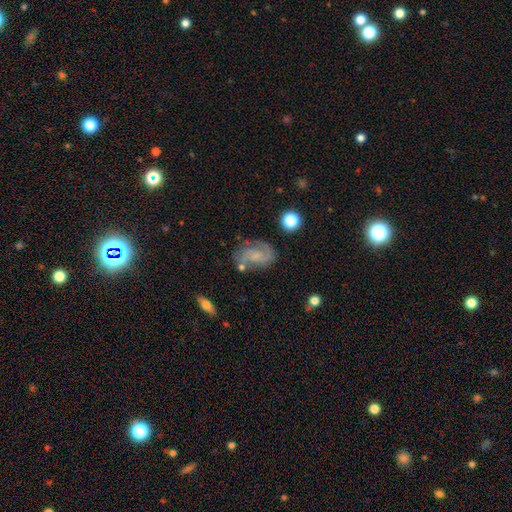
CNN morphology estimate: type=featured or disk (72%); edge-on=no (97%); bar=no (58%); spiral arms=yes (92%); winding=medium (46%); arm count=2 (75%); bulge=none (41%); merging=none (64%).